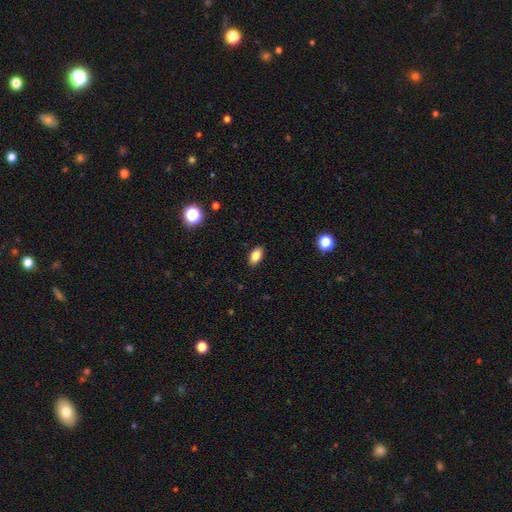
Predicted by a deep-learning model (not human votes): Smooth or featured? smooth (85%)
How rounded? in between (91%)
Merging? none (89%)